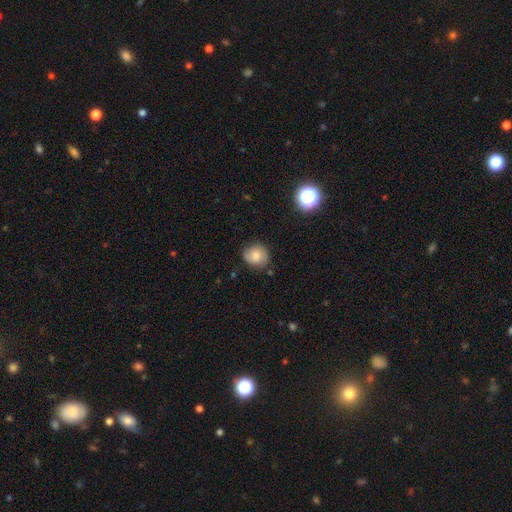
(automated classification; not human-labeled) smooth 77%, featured or disk 13%, star or artifact 9%. Down the decision tree: how rounded — round (78%); merging — none (78%).